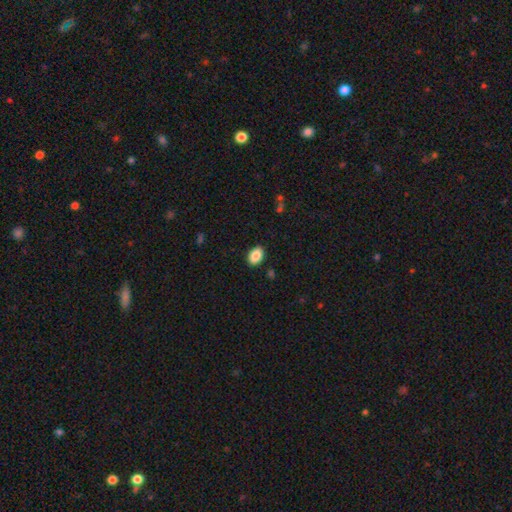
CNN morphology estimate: This appears to be a smooth galaxy with no disk features (88%) that is in between round and cigar-shaped (88%). Merging: none (89%).